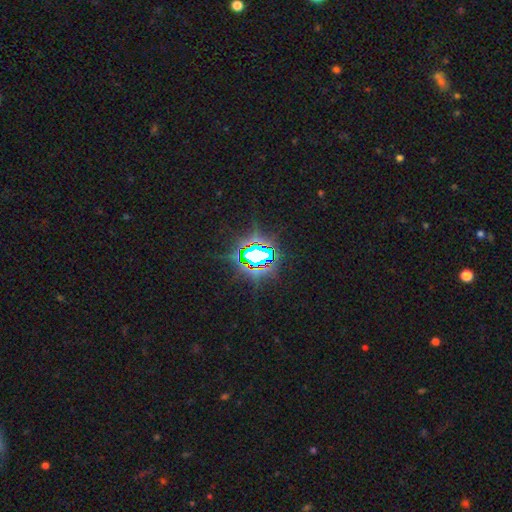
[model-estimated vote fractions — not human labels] Q: Smooth or featured?
A: star or artifact (79%); runner-up: featured or disk (11%)